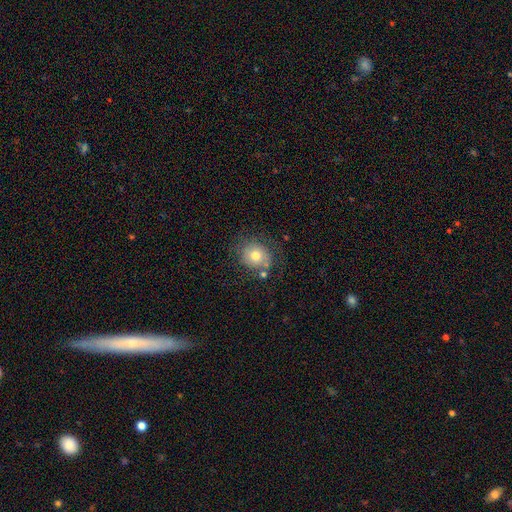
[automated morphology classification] This appears to be a smooth galaxy with no disk features (72%) that is round (78%). Merging: none (68%).